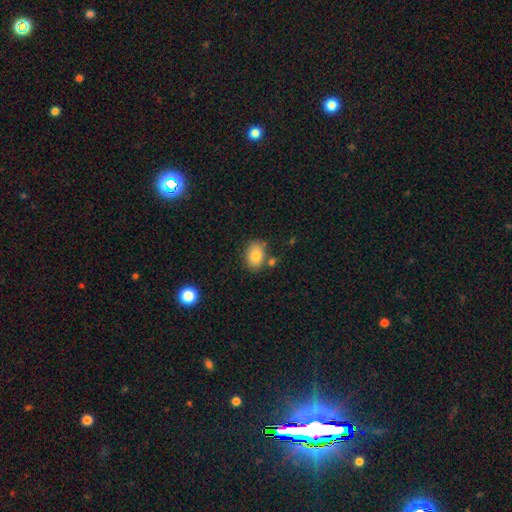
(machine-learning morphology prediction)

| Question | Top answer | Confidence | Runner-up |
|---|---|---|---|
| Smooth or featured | smooth | 82% | featured or disk (10%) |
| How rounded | in between | 79% | round (20%) |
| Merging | none | 73% | minor disturbance (14%) |